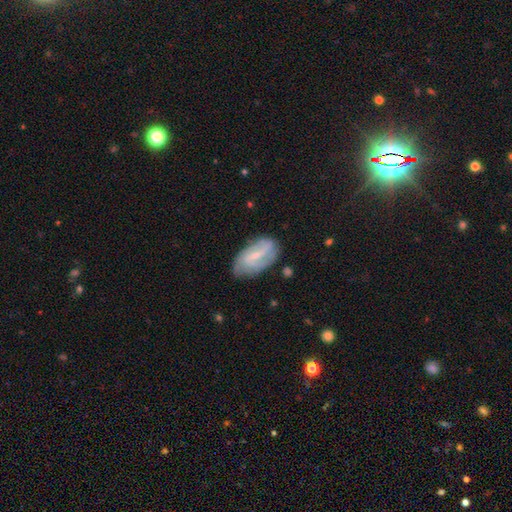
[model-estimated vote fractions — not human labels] smooth_or_featured: featured or disk (p=0.65) [alt: smooth p=0.28]
disk_edge_on: no (p=0.94) [alt: yes p=0.06]
bar: weak (p=0.49) [alt: strong p=0.29]
has_spiral_arms: yes (p=0.83) [alt: no p=0.17]
spiral_winding: medium (p=0.39) [alt: tight p=0.31]
spiral_arm_count: 2 (p=0.57) [alt: can't tell p=0.26]
bulge_size: small (p=0.65) [alt: moderate p=0.24]
merging: none (p=0.68) [alt: minor disturbance p=0.24]